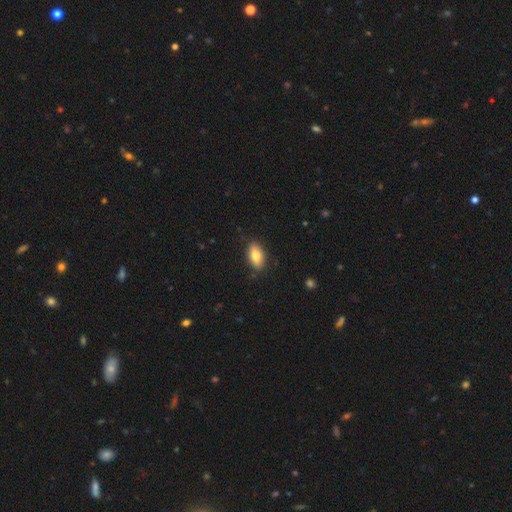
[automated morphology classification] This appears to be a smooth galaxy with no disk features (78%) that is in between round and cigar-shaped (88%). Merging: none (86%).